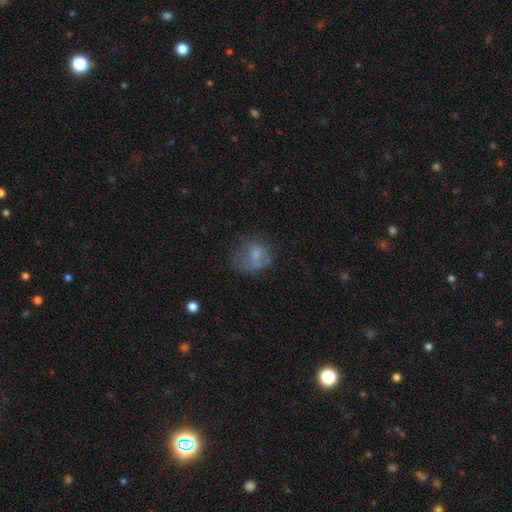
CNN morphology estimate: Smooth or featured: smooth — 58% (featured or disk — 30%)
How rounded: round — 64% (in between — 34%)
Merging: none — 43% (major disturbance — 29%)